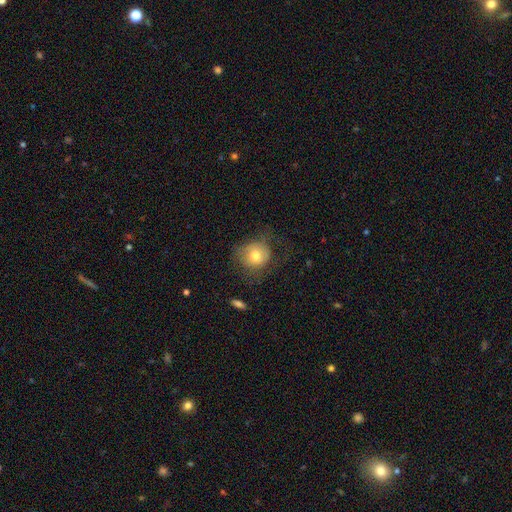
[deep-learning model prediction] Smooth or featured?
  - smooth: 73% *
  - featured or disk: 18%
  - star or artifact: 9%
How rounded?
  - round: 82% *
  - in between: 17%
  - cigar-shaped: 1%
Merging?
  - none: 51% *
  - minor disturbance: 24%
  - major disturbance: 23%
  - merger: 2%